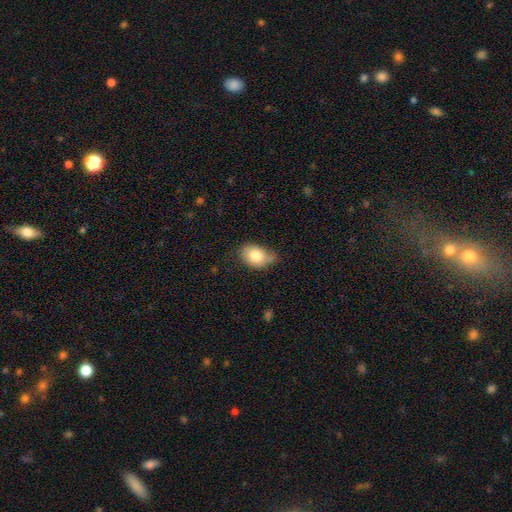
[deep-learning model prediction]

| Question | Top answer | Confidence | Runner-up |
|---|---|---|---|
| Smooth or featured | smooth | 80% | featured or disk (12%) |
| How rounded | in between | 80% | round (19%) |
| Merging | none | 52% | minor disturbance (37%) |